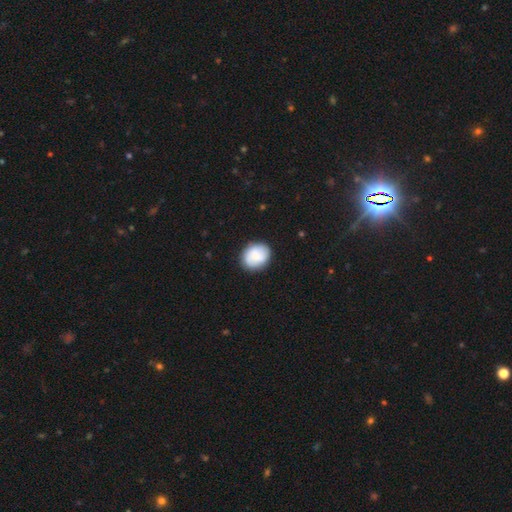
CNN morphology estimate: smooth 78%, featured or disk 15%, star or artifact 7%. Down the decision tree: how rounded — round (58%); merging — none (86%).